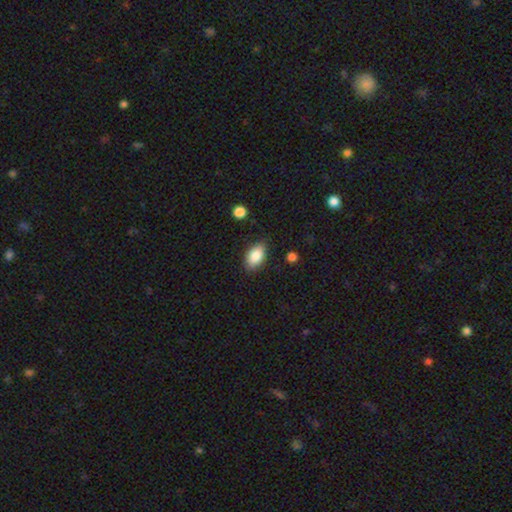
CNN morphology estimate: smooth 85%, featured or disk 7%, star or artifact 7%. Down the decision tree: how rounded — in between (91%); merging — none (80%).